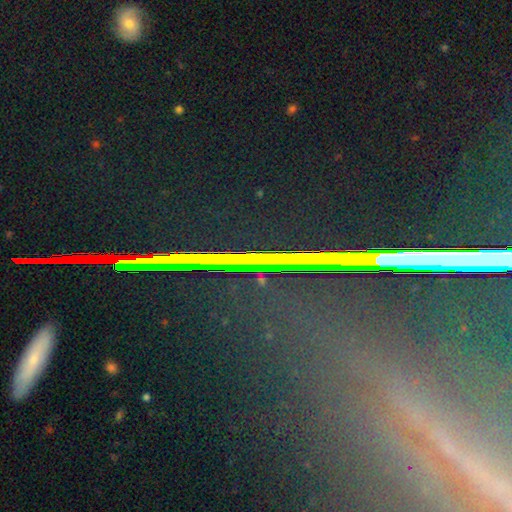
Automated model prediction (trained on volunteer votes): The model was most divided on "smooth or featured": star or artifact: 80%, smooth: 10%, featured or disk: 10%.